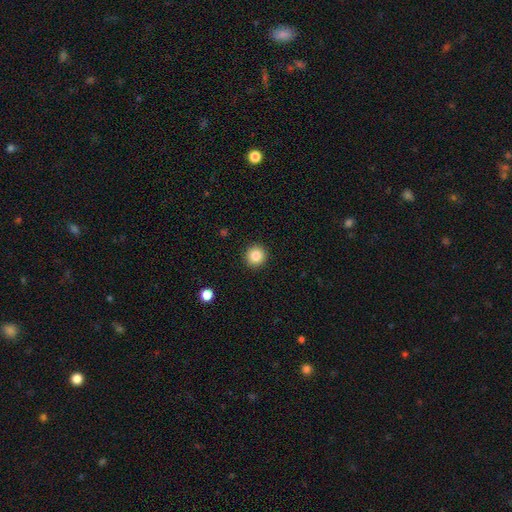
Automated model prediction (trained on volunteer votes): smooth_or_featured: smooth (p=0.85) [alt: star or artifact p=0.10]
how_rounded: round (p=0.95) [alt: in between p=0.04]
merging: none (p=0.93) [alt: minor disturbance p=0.05]